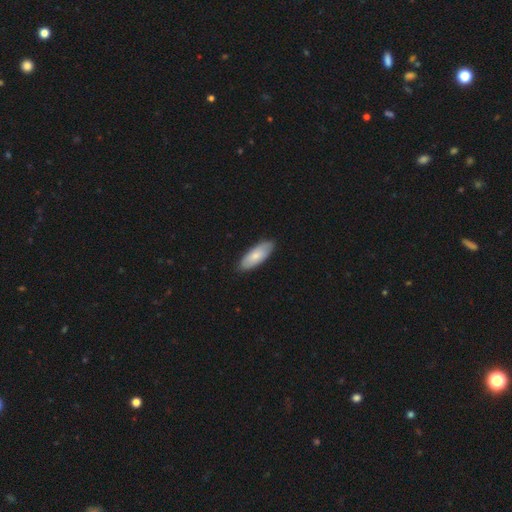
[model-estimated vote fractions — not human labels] Smooth or featured: smooth — 74% (featured or disk — 21%)
How rounded: in between — 76% (cigar-shaped — 22%)
Merging: none — 86% (minor disturbance — 11%)